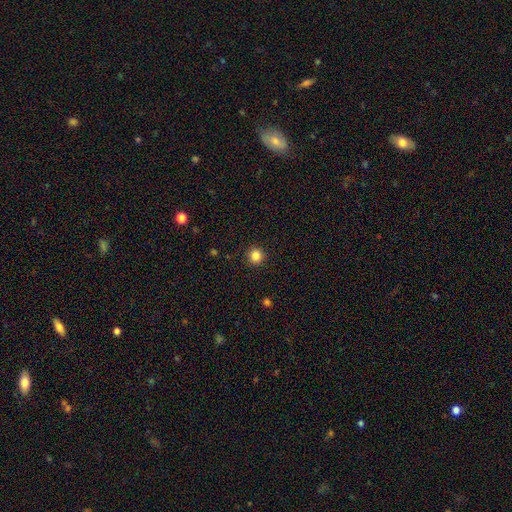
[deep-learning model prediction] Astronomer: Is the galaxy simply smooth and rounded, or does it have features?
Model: smooth — 85%.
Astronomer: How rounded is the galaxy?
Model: round — 94%.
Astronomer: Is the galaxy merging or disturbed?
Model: none — 92%.